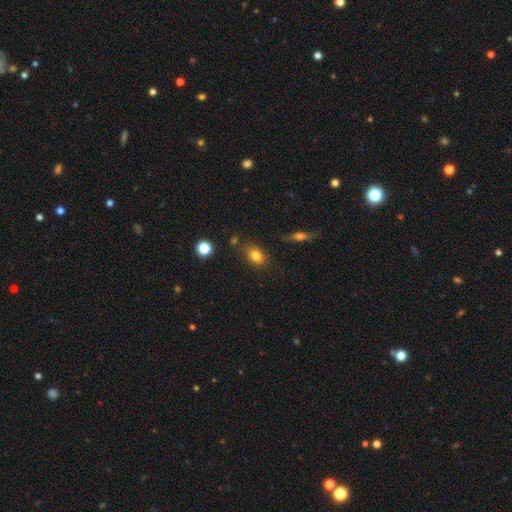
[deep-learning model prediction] This is clearly a smooth galaxy (80%). How rounded: likely in between (73%). Merging: likely none (76%).